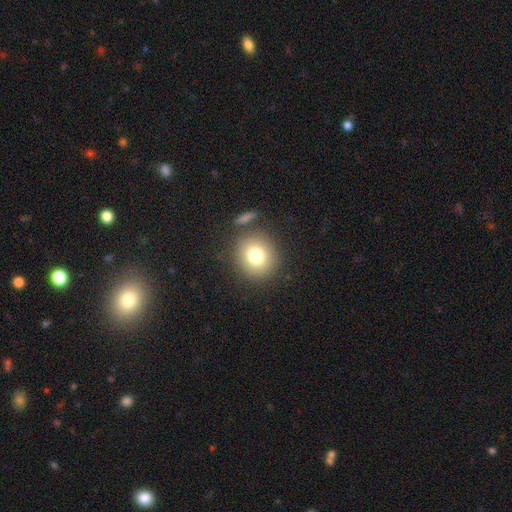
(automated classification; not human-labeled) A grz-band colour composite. It shows a smooth galaxy with no disk features (78%) that is round (89%). Merging: none (82%).